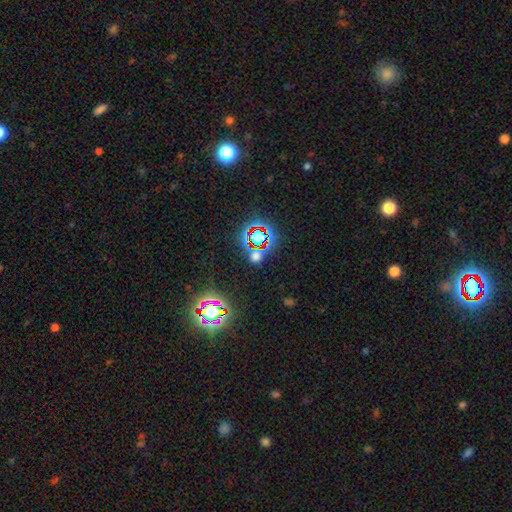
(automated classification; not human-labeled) Smooth or featured: star or artifact — 55% (smooth — 37%)